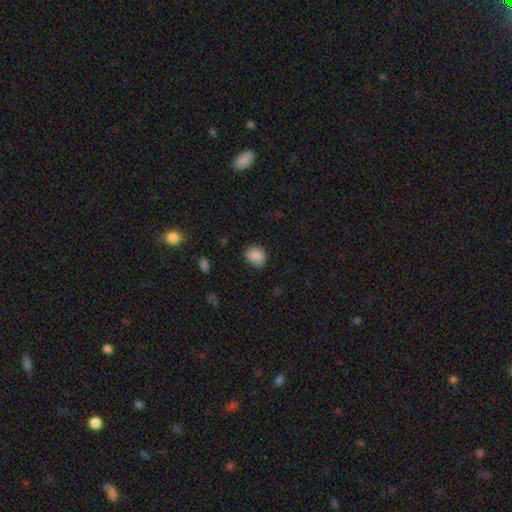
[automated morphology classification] Smooth or featured? Predicted: smooth (p=0.84). How rounded? Predicted: round (p=0.66). Merging? Predicted: none (p=0.73).